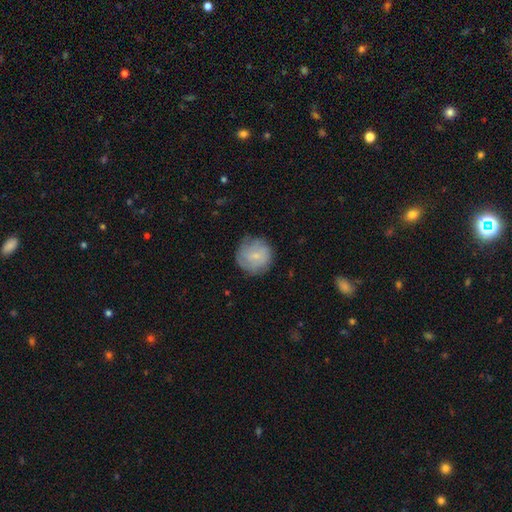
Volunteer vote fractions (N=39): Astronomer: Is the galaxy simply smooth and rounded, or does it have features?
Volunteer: featured or disk — 59%.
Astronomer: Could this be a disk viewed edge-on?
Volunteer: no — 100%.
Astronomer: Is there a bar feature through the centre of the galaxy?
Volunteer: no — 57% (runner-up: weak, 35%).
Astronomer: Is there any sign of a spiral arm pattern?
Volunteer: yes — 78%.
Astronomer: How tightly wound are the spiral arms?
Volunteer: tight — 72%.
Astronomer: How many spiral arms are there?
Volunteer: can't tell — 78%.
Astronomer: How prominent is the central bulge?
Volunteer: small — 83%.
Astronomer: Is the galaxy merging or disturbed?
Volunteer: none — 72%.